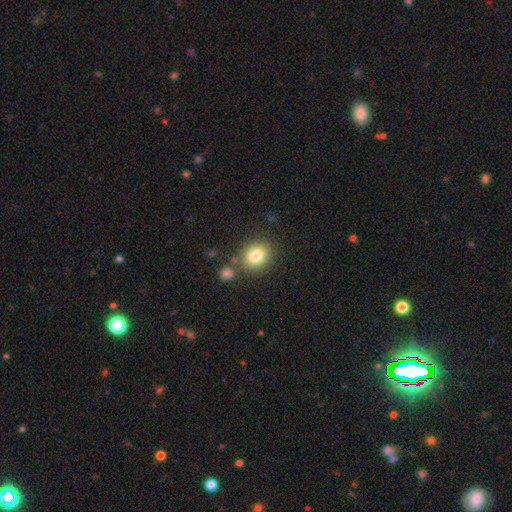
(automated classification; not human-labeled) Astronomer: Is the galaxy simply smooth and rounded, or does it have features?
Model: smooth — 81%.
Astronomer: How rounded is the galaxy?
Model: round — 68%.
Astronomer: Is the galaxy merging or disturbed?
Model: none — 75%.